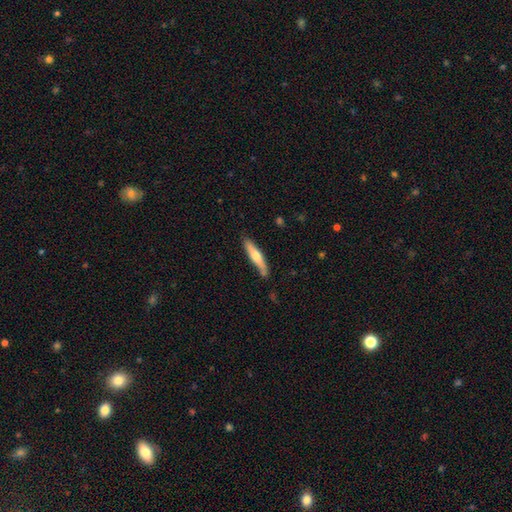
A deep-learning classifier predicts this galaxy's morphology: Overall: smooth (54%; featured or disk 41%). How rounded: cigar-shaped (87%). Merging: none (82%).